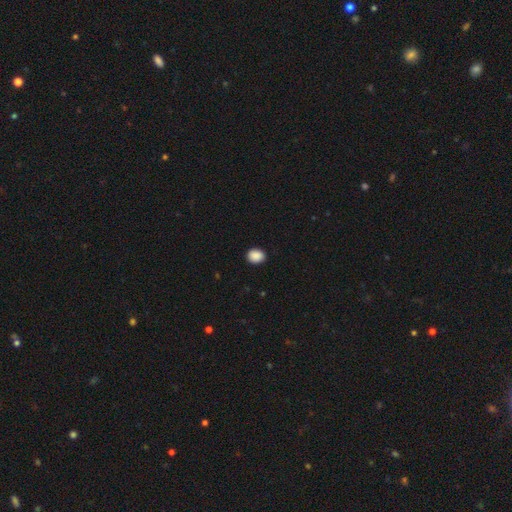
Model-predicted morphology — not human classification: smooth_or_featured: smooth (p=0.90) [alt: star or artifact p=0.08]
how_rounded: in between (p=0.50) [alt: round p=0.49]
merging: none (p=0.89) [alt: minor disturbance p=0.08]